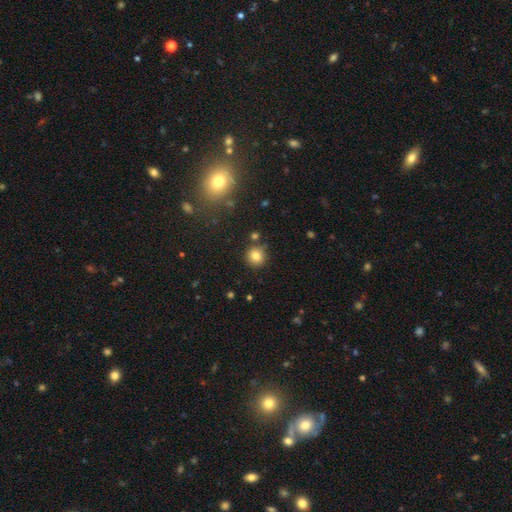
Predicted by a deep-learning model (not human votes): Smooth or featured: smooth — 81% (star or artifact — 12%)
How rounded: round — 89% (in between — 10%)
Merging: none — 82% (minor disturbance — 10%)